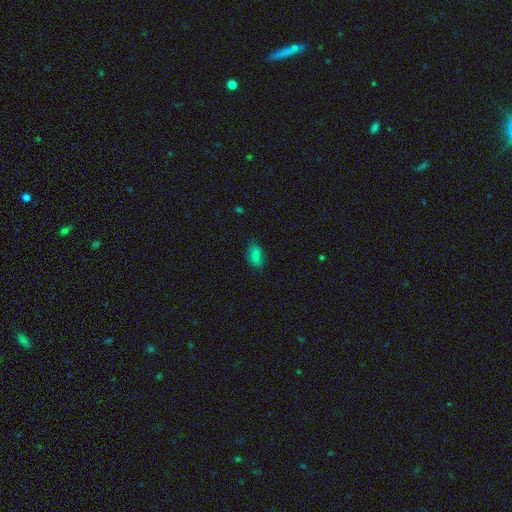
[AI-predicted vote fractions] Morphology: type=smooth (80%); roundness=in between (88%); merging=none (72%).